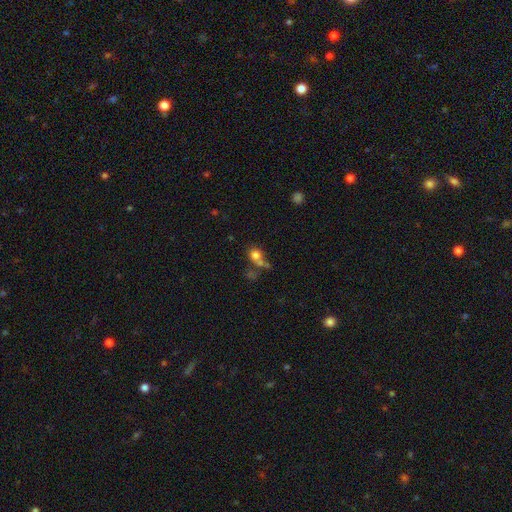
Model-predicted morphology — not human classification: Smooth or featured? smooth (73%)
How rounded? round (75%)
Merging? none (42%)